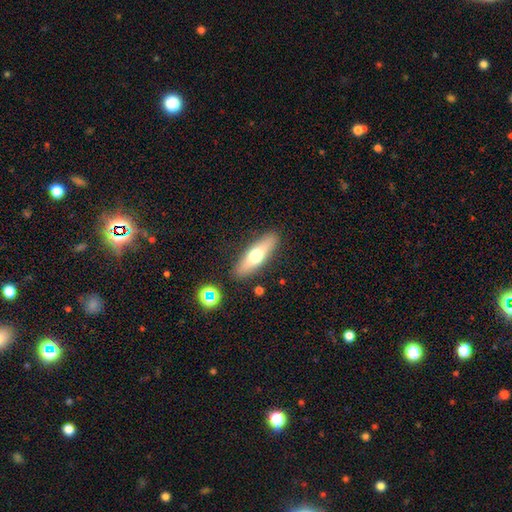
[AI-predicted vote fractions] Smooth or featured: smooth — 53% (featured or disk — 40%)
How rounded: cigar-shaped — 61% (in between — 37%)
Merging: none — 87% (minor disturbance — 8%)